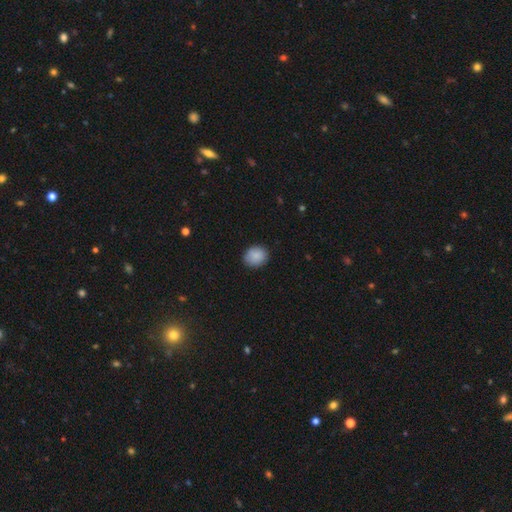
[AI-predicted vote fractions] smooth-or-featured: smooth: 89% | star or artifact: 8% | featured or disk: 3%
  how-rounded: round: 68% | in between: 32% | cigar-shaped: 1%
  merging: none: 86% | minor disturbance: 11% | major disturbance: 2% | merger: 1%